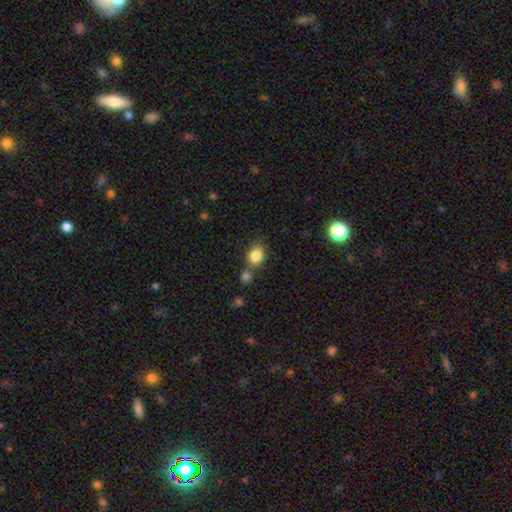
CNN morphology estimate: A smooth galaxy with no disk features (84%) that is in between round and cigar-shaped (50%).

Vote fractions:
- Smooth or featured? smooth: 84% / star or artifact: 10% / featured or disk: 6%
- How rounded? in between: 50% / round: 49% / cigar-shaped: 1%
- Merging? none: 61% / merger: 23% / minor disturbance: 12% / major disturbance: 4%